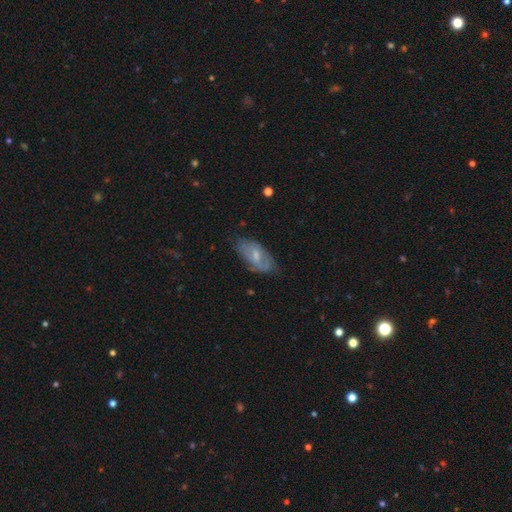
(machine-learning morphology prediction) This appears to be a featured or disk galaxy (48%). Merging: none (62%).